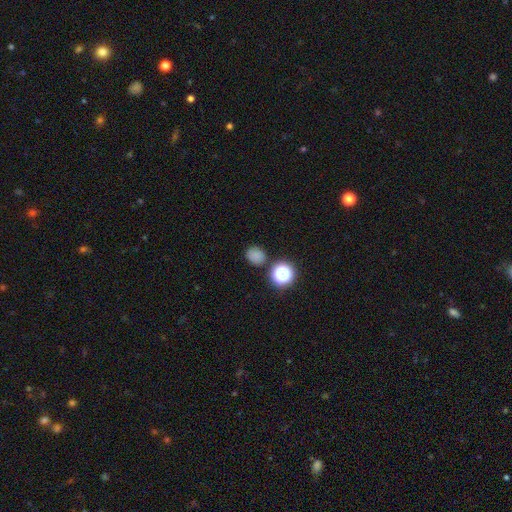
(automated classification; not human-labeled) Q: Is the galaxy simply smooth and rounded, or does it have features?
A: smooth — 77%.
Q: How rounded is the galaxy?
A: round — 73%.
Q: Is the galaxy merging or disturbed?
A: none — 81%.